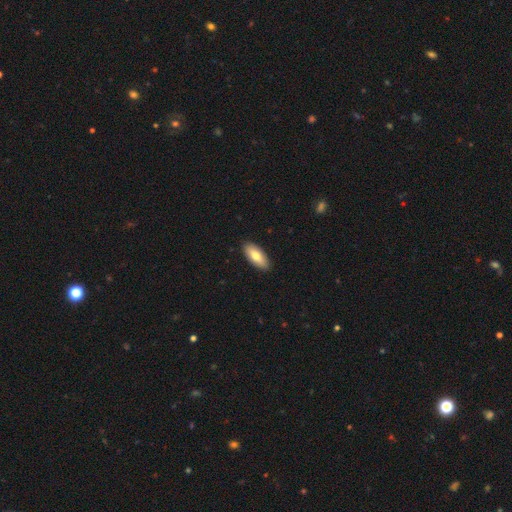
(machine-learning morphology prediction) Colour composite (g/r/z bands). It shows a smooth galaxy with no disk features (76%) that is in between round and cigar-shaped (85%). Merging: none (91%).